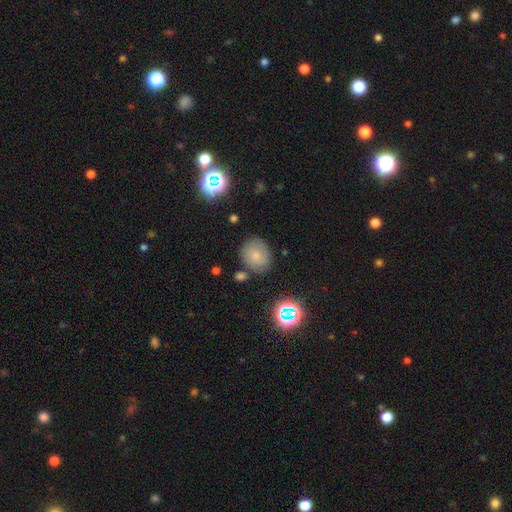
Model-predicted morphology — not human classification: smooth_or_featured: smooth (p=0.68) [alt: featured or disk p=0.19]
how_rounded: round (p=0.72) [alt: in between p=0.27]
merging: none (p=0.74) [alt: minor disturbance p=0.16]